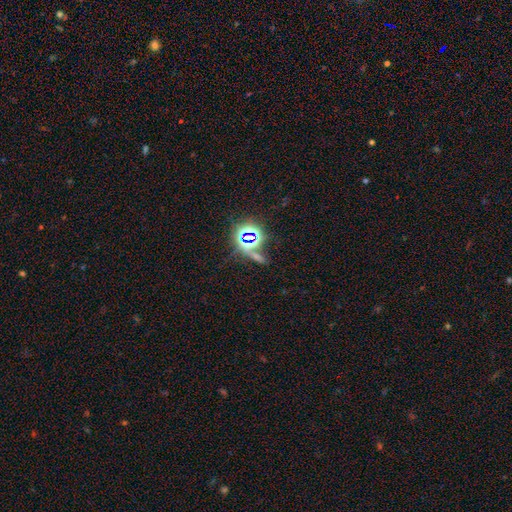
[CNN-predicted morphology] Overall: star or artifact (72%).